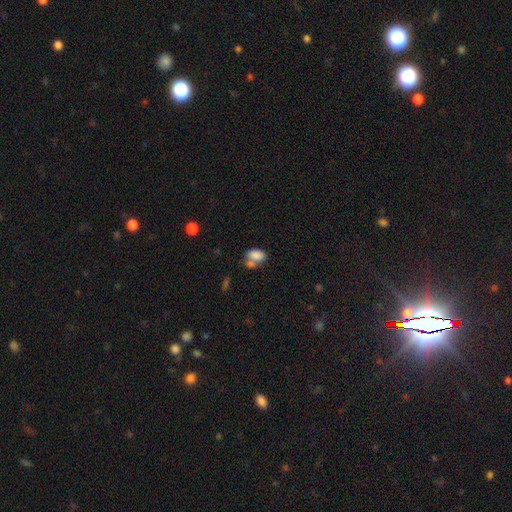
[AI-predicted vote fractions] Smooth or featured?
  - smooth: 83% *
  - star or artifact: 9%
  - featured or disk: 9%
How rounded?
  - in between: 89% *
  - round: 9%
  - cigar-shaped: 2%
Merging?
  - merger: 41% *
  - none: 38%
  - minor disturbance: 15%
  - major disturbance: 7%